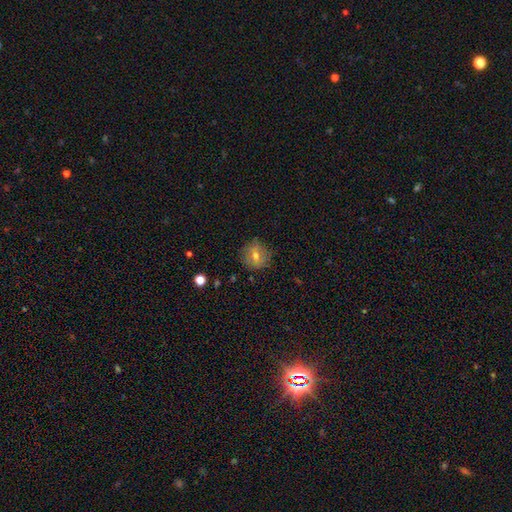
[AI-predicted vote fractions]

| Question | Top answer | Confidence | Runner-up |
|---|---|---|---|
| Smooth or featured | smooth | 52% | featured or disk (31%) |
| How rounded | round | 85% | in between (14%) |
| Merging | none | 82% | minor disturbance (13%) |